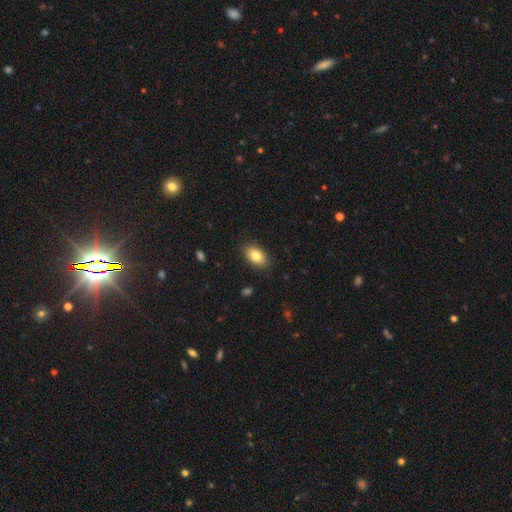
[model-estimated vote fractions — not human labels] smooth_or_featured: smooth (p=0.84) [alt: featured or disk p=0.09]
how_rounded: in between (p=0.90) [alt: round p=0.09]
merging: none (p=0.87) [alt: minor disturbance p=0.09]